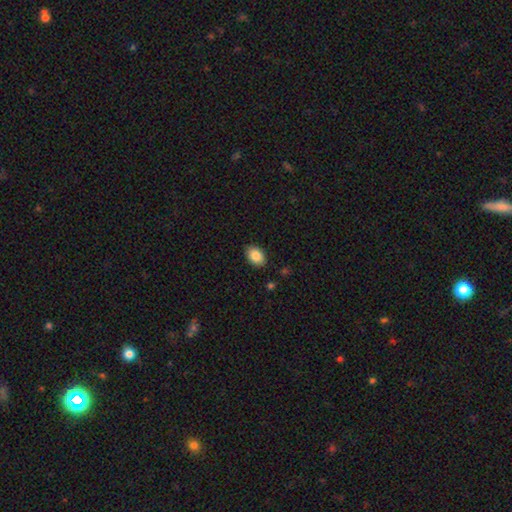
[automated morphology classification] smooth_or_featured: smooth (p=0.87) [alt: star or artifact p=0.07]
how_rounded: in between (p=0.81) [alt: round p=0.18]
merging: none (p=0.87) [alt: minor disturbance p=0.10]